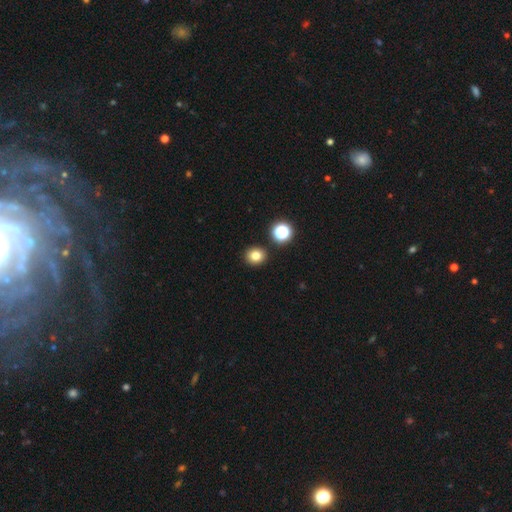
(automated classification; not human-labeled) Smooth or featured? smooth (79%)
How rounded? round (78%)
Merging? none (89%)